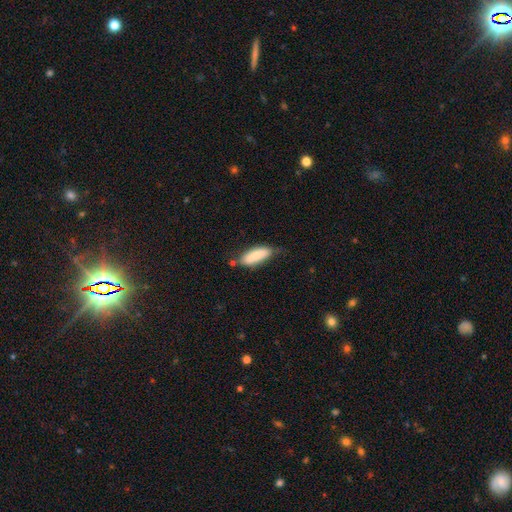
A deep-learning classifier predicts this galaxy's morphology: Smooth or featured?
  - smooth: 76% *
  - featured or disk: 18%
  - star or artifact: 6%
How rounded?
  - in between: 69% *
  - cigar-shaped: 29%
  - round: 2%
Merging?
  - none: 55% *
  - minor disturbance: 30%
  - merger: 8%
  - major disturbance: 7%